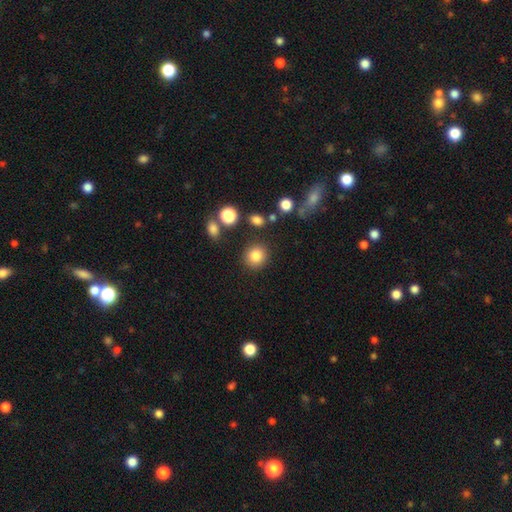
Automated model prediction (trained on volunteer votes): Smooth or featured? Predicted: smooth (p=0.83). How rounded? Predicted: round (p=0.87). Merging? Predicted: none (p=0.86).